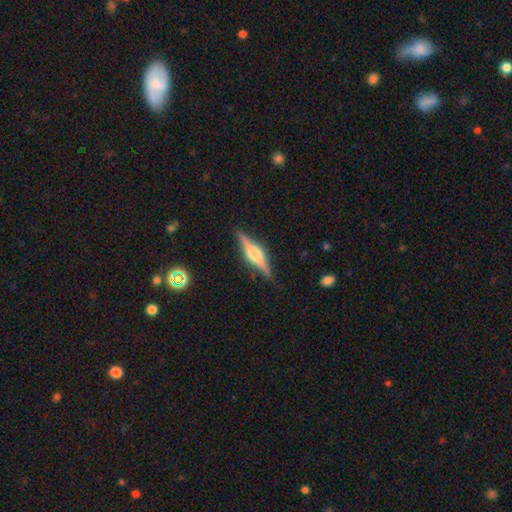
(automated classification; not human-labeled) A featured or disk galaxy (76%) viewed edge-on (97%) with a rounded central bulge (84%). Merging: none (88%).